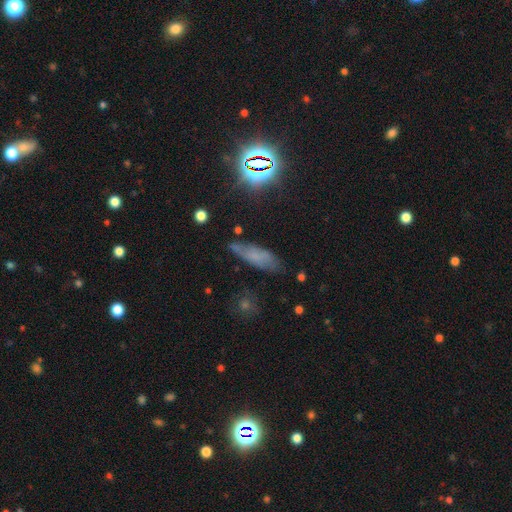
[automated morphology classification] Q: Smooth or featured?
A: smooth (53%); runner-up: featured or disk (27%)
Q: How rounded?
A: cigar-shaped (49%); runner-up: in between (47%)
Q: Merging?
A: none (64%); runner-up: minor disturbance (25%)